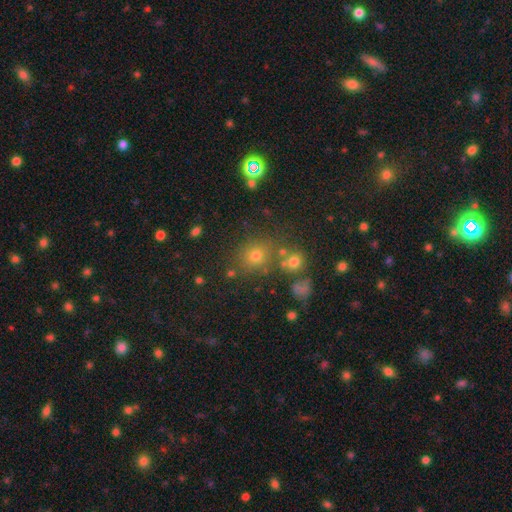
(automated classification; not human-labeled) Morphology: type=smooth (60%); roundness=round (84%); merging=none (74%).